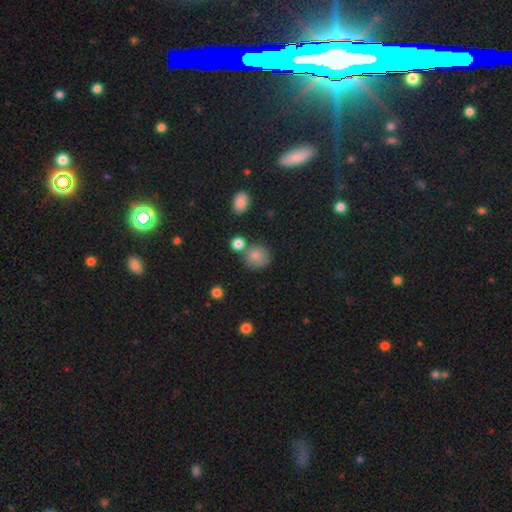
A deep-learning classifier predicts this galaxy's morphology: smooth 81%, star or artifact 10%, featured or disk 9%. Down the decision tree: how rounded — round (84%); merging — none (65%).